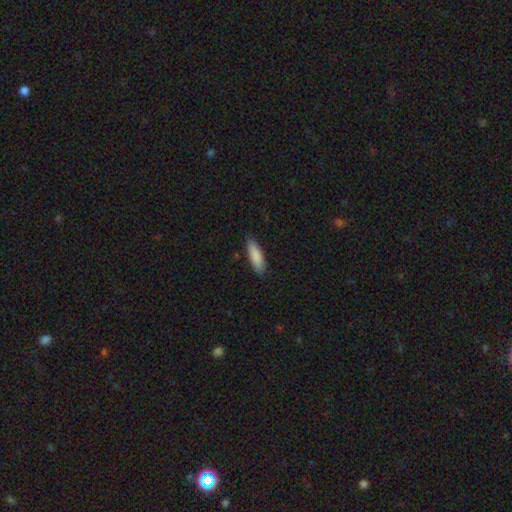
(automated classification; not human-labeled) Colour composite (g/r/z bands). It shows a smooth galaxy with no disk features (88%) that is cigar-shaped (49%, tied with in between). Merging: none (86%).